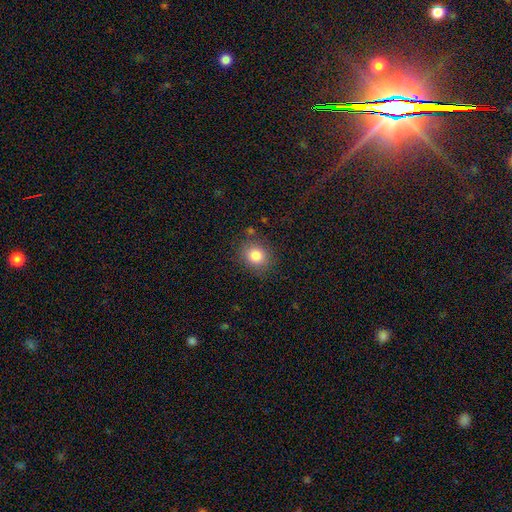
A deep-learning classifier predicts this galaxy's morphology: smooth-or-featured: smooth: 83% | star or artifact: 10% | featured or disk: 7%
  how-rounded: round: 70% | in between: 29% | cigar-shaped: 1%
  merging: none: 83% | minor disturbance: 11% | major disturbance: 4% | merger: 2%